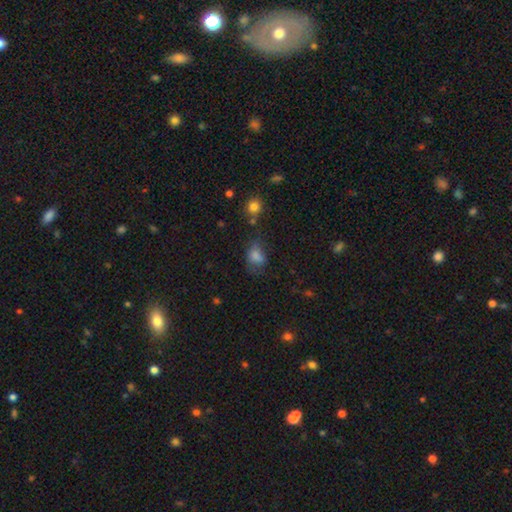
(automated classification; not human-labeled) smooth-or-featured: smooth: 71% | star or artifact: 16% | featured or disk: 13%
  how-rounded: in between: 74% | round: 23% | cigar-shaped: 2%
  merging: none: 40% | minor disturbance: 31% | major disturbance: 22% | merger: 8%